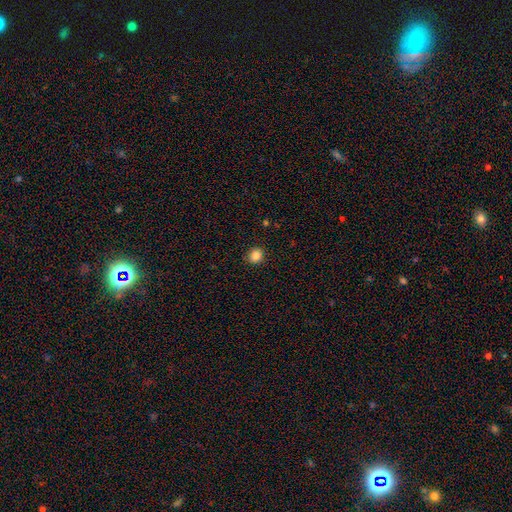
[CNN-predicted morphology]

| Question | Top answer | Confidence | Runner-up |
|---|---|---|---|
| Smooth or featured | smooth | 86% | star or artifact (11%) |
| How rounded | round | 80% | in between (19%) |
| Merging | none | 90% | minor disturbance (7%) |